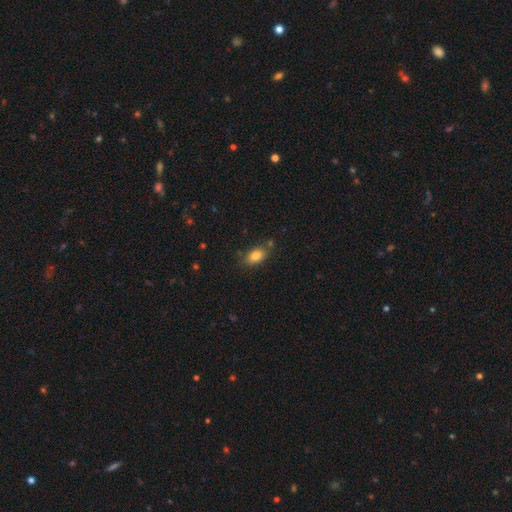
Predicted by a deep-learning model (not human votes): Q: Smooth or featured?
A: smooth (83%); runner-up: star or artifact (9%)
Q: How rounded?
A: in between (86%); runner-up: round (11%)
Q: Merging?
A: none (78%); runner-up: minor disturbance (14%)